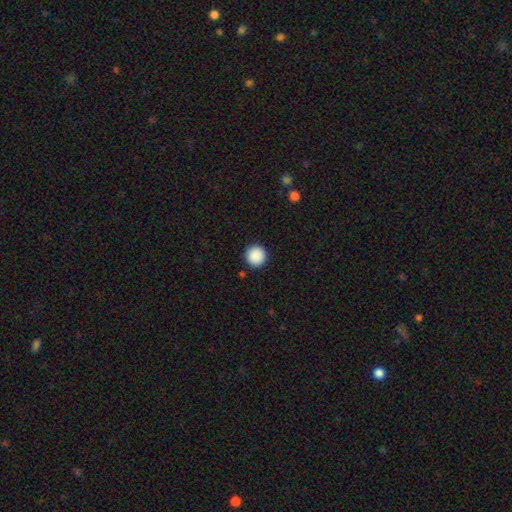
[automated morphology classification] Smooth or featured: smooth — 90% (star or artifact — 8%)
How rounded: round — 97% (in between — 2%)
Merging: none — 93% (minor disturbance — 4%)